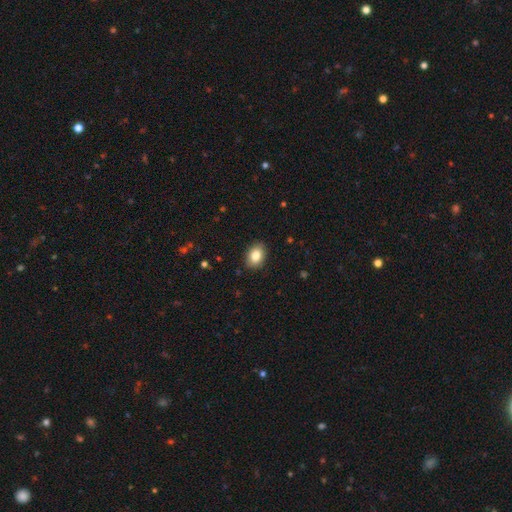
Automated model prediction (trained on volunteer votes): smooth_or_featured: smooth (p=0.84) [alt: featured or disk p=0.08]
how_rounded: in between (p=0.78) [alt: round p=0.21]
merging: none (p=0.89) [alt: minor disturbance p=0.08]